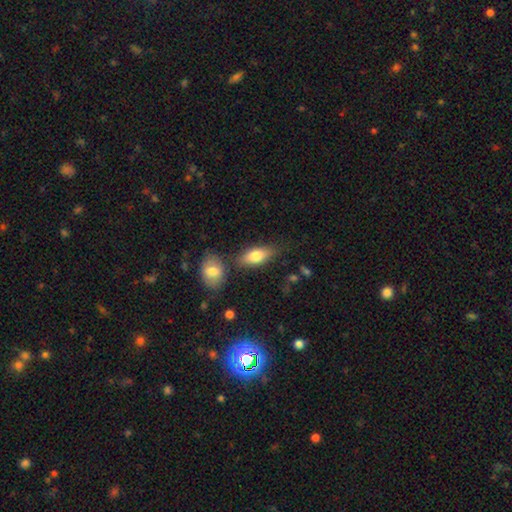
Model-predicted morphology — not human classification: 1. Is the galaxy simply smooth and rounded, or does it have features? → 77% smooth, 17% featured or disk, 7% star or artifact.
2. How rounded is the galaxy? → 82% in between, 14% cigar-shaped, 4% round.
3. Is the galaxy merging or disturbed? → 68% none, 16% minor disturbance, 12% merger, 5% major disturbance.